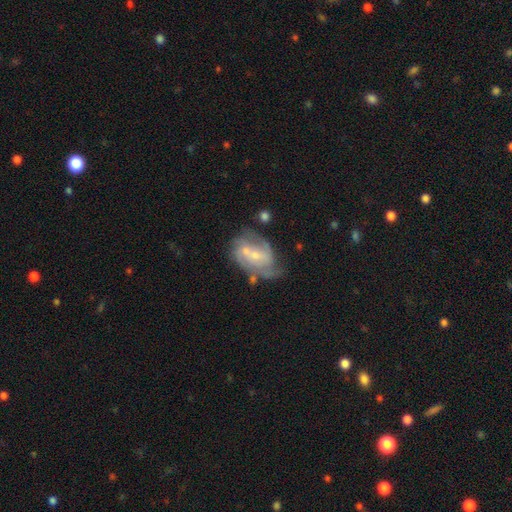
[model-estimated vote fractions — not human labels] This appears to be a featured or disk galaxy (76%) with a weak bar (43%), 2 (47%) medium (45%) spiral arms (85%) and a small central bulge (65%). Merging: none (45%).